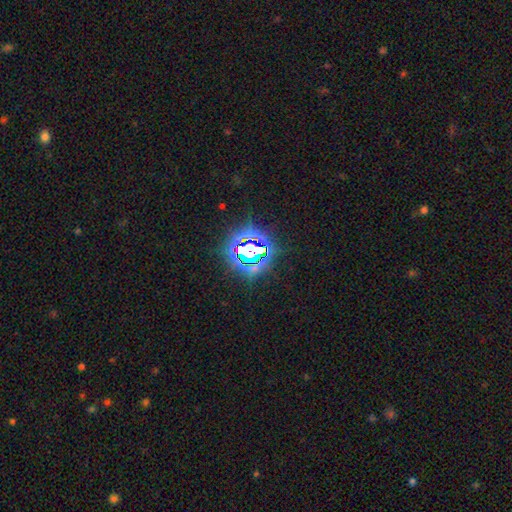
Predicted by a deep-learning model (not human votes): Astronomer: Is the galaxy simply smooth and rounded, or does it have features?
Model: star or artifact — 78%.